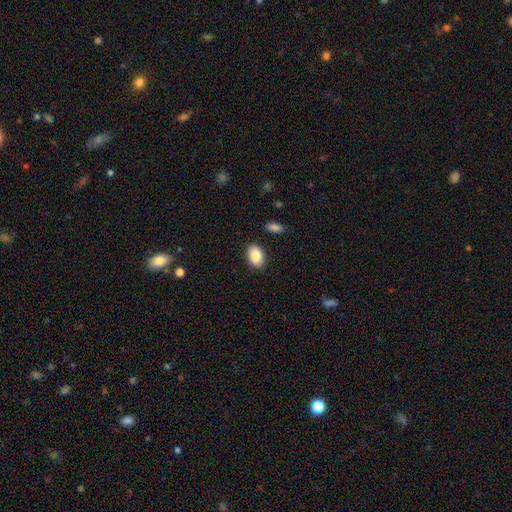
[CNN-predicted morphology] Smooth or featured? Predicted: smooth (p=0.88). How rounded? Predicted: in between (p=0.89). Merging? Predicted: none (p=0.85).